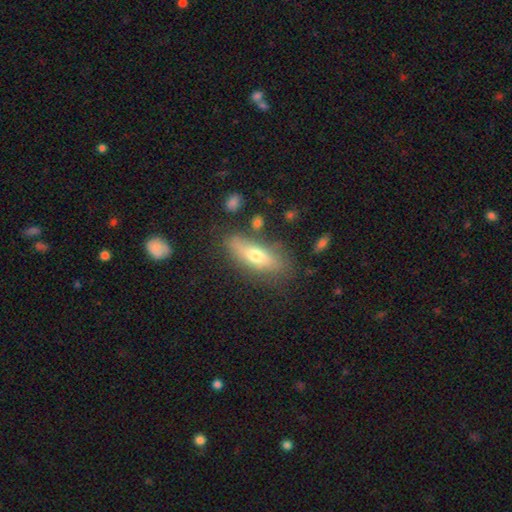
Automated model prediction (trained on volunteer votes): Overall: smooth (61%; featured or disk 32%). How rounded: in between (57%; cigar-shaped 40%). Merging: none (71%).